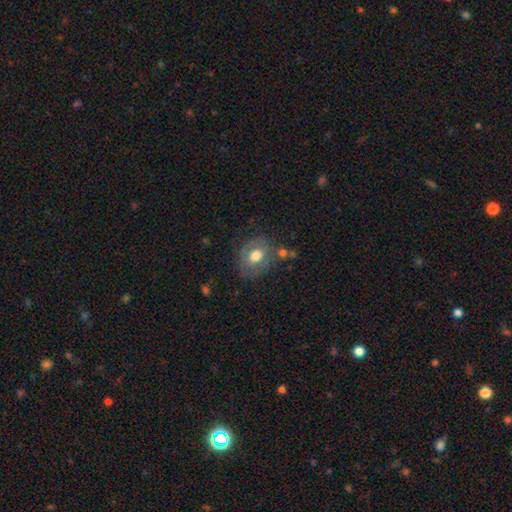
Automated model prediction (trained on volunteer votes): Smooth or featured?
  - smooth: 57% *
  - featured or disk: 35%
  - star or artifact: 8%
How rounded?
  - round: 51% *
  - in between: 48%
  - cigar-shaped: 1%
Merging?
  - none: 65% *
  - minor disturbance: 20%
  - major disturbance: 9%
  - merger: 6%